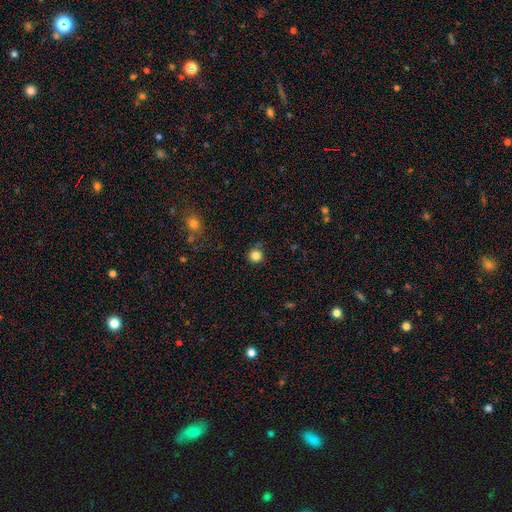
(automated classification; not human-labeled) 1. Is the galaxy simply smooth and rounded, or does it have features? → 84% smooth, 12% star or artifact, 4% featured or disk.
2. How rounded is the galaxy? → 94% round, 5% in between, 1% cigar-shaped.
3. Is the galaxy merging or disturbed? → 85% none, 10% minor disturbance, 3% major disturbance, 2% merger.